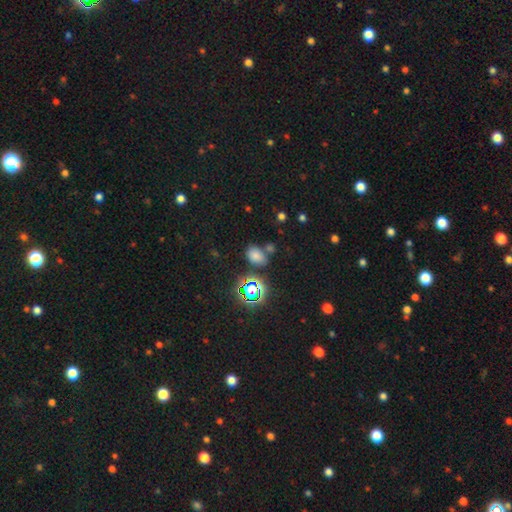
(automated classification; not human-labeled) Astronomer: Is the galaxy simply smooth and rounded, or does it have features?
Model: smooth — 65%.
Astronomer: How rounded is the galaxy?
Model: in between — 73%.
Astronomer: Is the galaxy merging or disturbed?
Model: none — 67%.